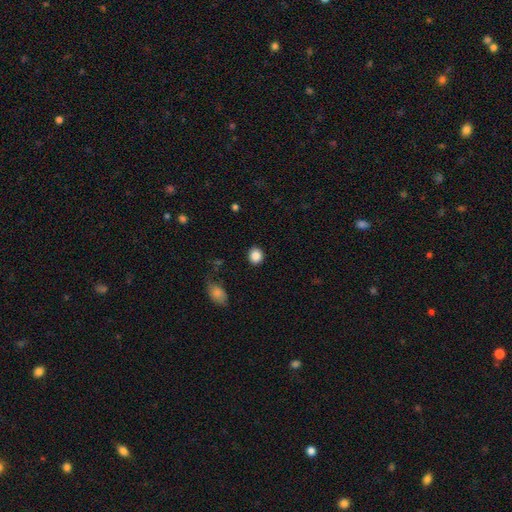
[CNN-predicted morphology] type=smooth (87%); roundness=round (80%); merging=none (90%).